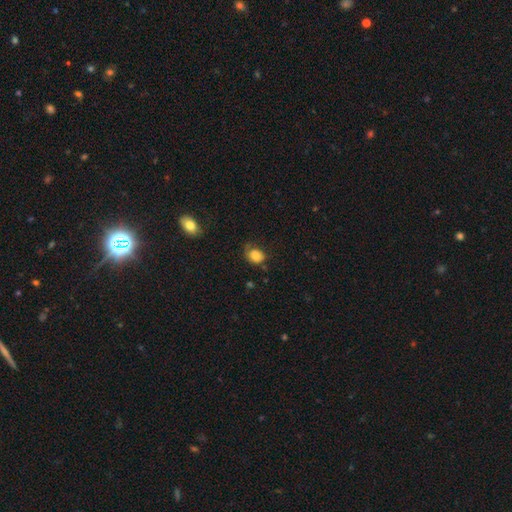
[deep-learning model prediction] smooth-or-featured: smooth: 80% | featured or disk: 10% | star or artifact: 9%
  how-rounded: round: 51% | in between: 48% | cigar-shaped: 1%
  merging: none: 48% | minor disturbance: 32% | major disturbance: 17% | merger: 3%